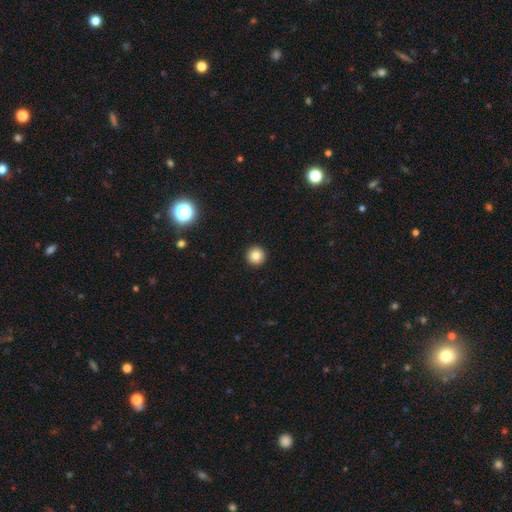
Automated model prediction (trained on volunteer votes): Smooth or featured?
  - smooth: 82% *
  - star or artifact: 11%
  - featured or disk: 7%
How rounded?
  - round: 96% *
  - in between: 3%
  - cigar-shaped: 1%
Merging?
  - none: 94% *
  - minor disturbance: 4%
  - major disturbance: 1%
  - merger: 1%